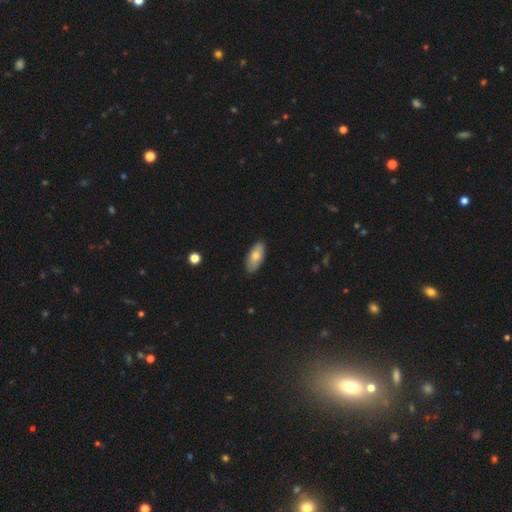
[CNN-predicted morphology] type=smooth (76%); roundness=in between (88%); merging=none (86%).